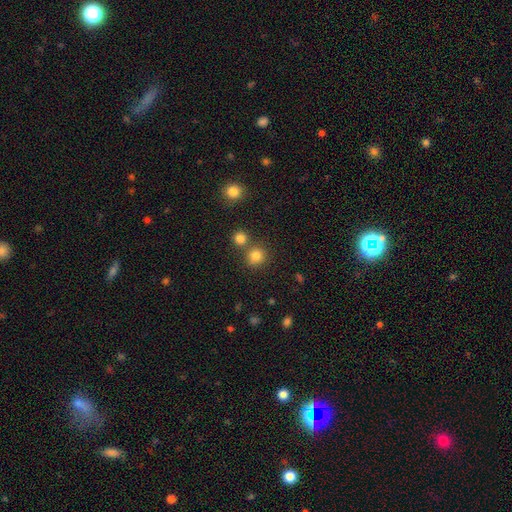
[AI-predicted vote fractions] Smooth or featured? Predicted: smooth (p=0.81). How rounded? Predicted: round (p=0.89). Merging? Predicted: none (p=0.71).